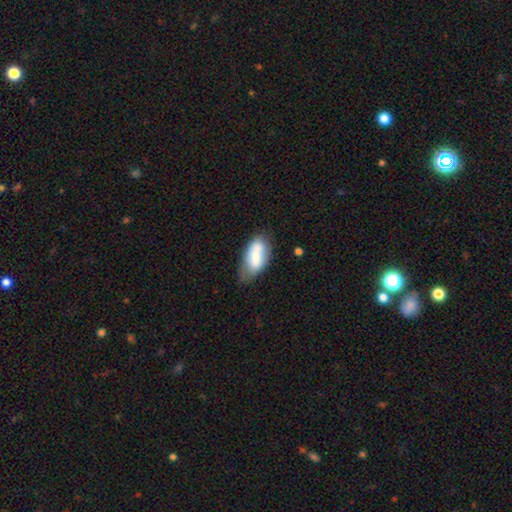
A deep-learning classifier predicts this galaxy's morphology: A smooth galaxy with no disk features (66%) that is in between round and cigar-shaped (90%).

Vote fractions:
- Smooth or featured? smooth: 66% / featured or disk: 27% / star or artifact: 7%
- How rounded? in between: 90% / cigar-shaped: 6% / round: 3%
- Merging? none: 47% / minor disturbance: 33% / major disturbance: 11% / merger: 9%